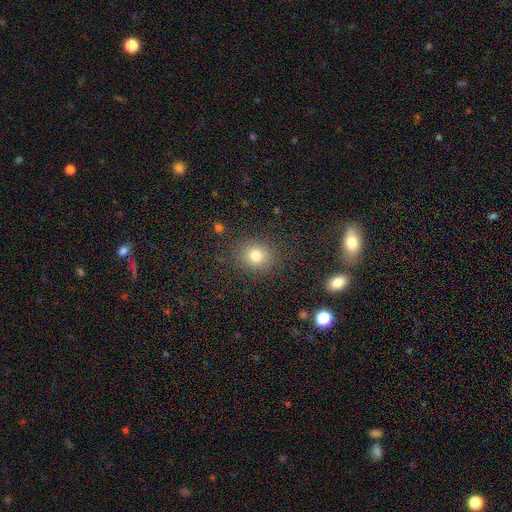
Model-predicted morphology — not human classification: A smooth galaxy with no disk features (78%) that is round (78%). Merging: none (87%).